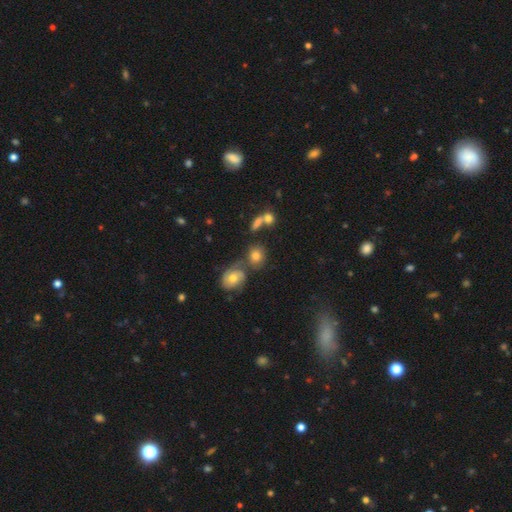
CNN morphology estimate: Smooth or featured: smooth — 71% (featured or disk — 18%)
How rounded: round — 69% (in between — 29%)
Merging: none — 50% (merger — 29%)